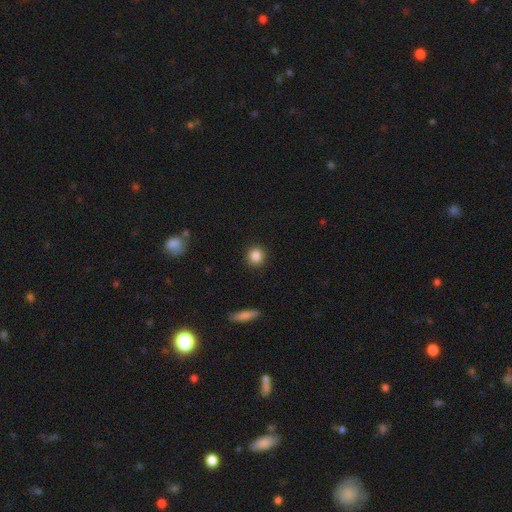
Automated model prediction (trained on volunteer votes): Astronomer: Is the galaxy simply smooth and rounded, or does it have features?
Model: smooth — 86%.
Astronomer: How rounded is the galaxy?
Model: round — 91%.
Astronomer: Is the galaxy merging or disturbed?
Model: none — 91%.